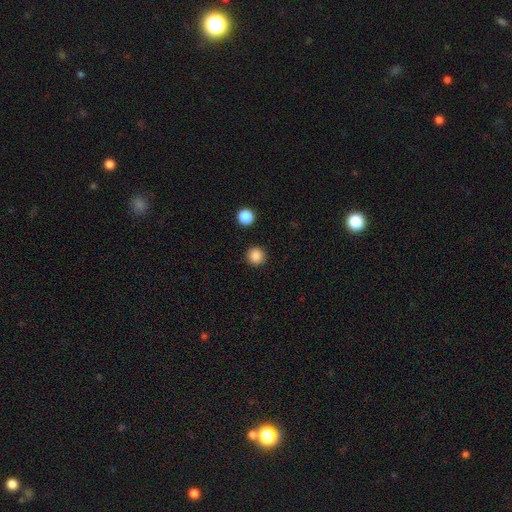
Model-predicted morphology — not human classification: A smooth galaxy with no disk features (86%) that is round (95%).

Vote fractions:
- Smooth or featured? smooth: 86% / star or artifact: 11% / featured or disk: 3%
- How rounded? round: 95% / in between: 4% / cigar-shaped: 1%
- Merging? none: 92% / minor disturbance: 5% / major disturbance: 2% / merger: 1%